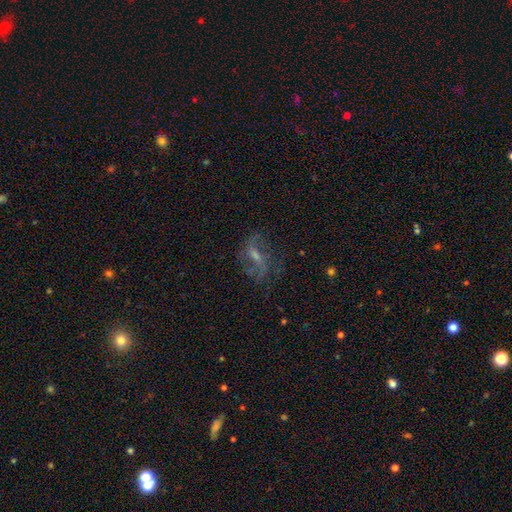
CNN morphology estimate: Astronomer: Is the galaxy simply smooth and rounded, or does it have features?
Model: featured or disk — 66%.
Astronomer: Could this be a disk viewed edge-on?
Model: no — 93%.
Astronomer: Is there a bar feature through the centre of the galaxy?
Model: weak — 47% (runner-up: no, 31%).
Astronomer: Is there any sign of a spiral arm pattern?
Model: yes — 81%.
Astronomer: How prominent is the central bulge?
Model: small — 44% (runner-up: moderate, 37%).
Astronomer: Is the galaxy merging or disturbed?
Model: none — 63%.